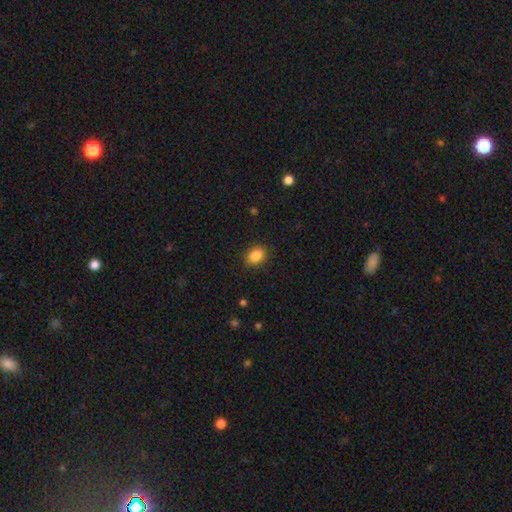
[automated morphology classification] type=smooth (86%); roundness=in between (65%); merging=none (88%).